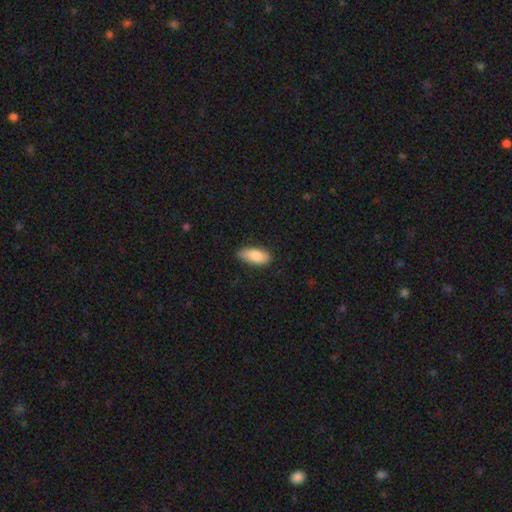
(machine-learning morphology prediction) Smooth or featured? smooth (87%)
How rounded? in between (84%)
Merging? none (75%)